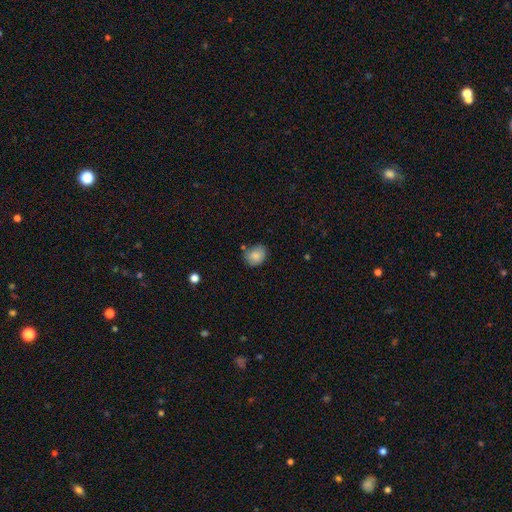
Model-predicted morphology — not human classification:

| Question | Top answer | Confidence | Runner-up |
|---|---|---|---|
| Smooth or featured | smooth | 83% | featured or disk (9%) |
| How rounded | round | 58% | in between (41%) |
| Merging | none | 65% | minor disturbance (24%) |